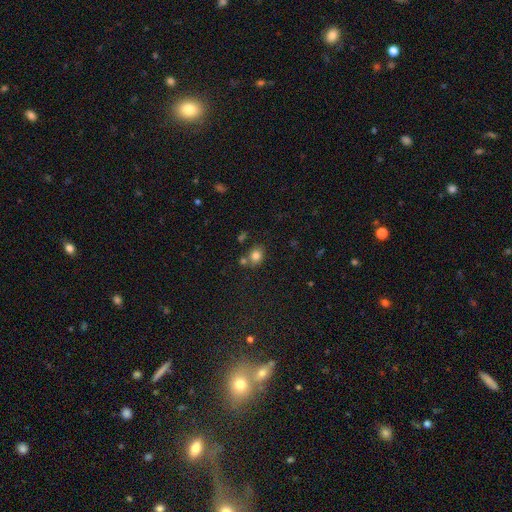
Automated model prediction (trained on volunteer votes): This is clearly a smooth galaxy (80%). How rounded: possibly round (59%). Merging: likely none (63%).